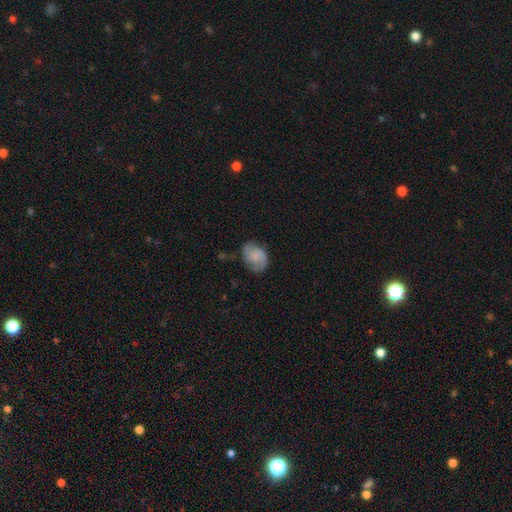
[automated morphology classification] A smooth galaxy with no disk features (46%, tied with featured or disk).

Vote fractions:
- Smooth or featured? smooth: 46% (tied) / featured or disk: 46% (tied) / star or artifact: 8%
- Merging? none: 68% / minor disturbance: 22% / major disturbance: 8% / merger: 2%